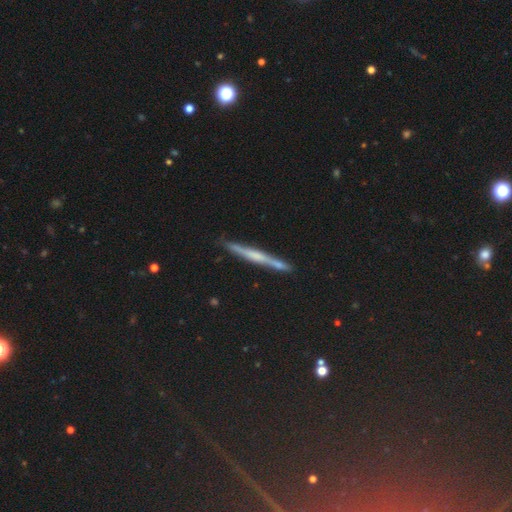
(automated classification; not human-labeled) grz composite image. It shows a featured or disk galaxy (60%) viewed edge-on (96%) with no central bulge (49%). Merging: none (85%).